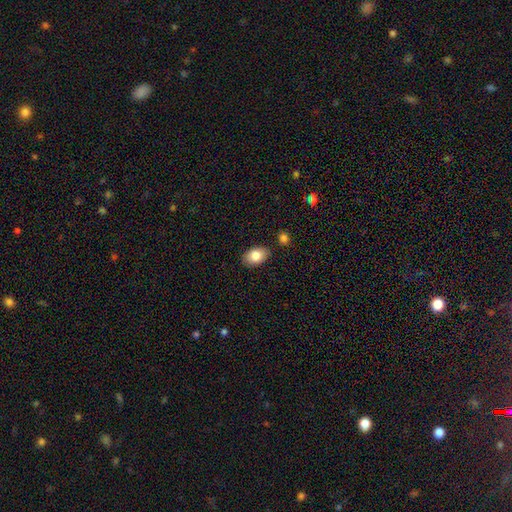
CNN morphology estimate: This appears to be a smooth galaxy with no disk features (82%) that is in between round and cigar-shaped (88%). Merging: none (85%).